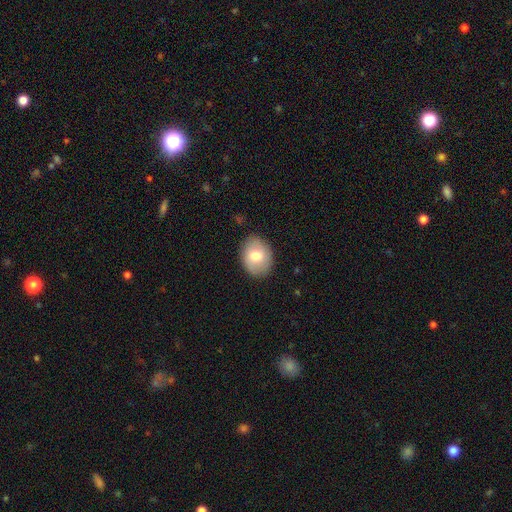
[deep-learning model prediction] Overall: smooth (71%). How rounded: in between (62%; round 37%). Merging: none (86%).